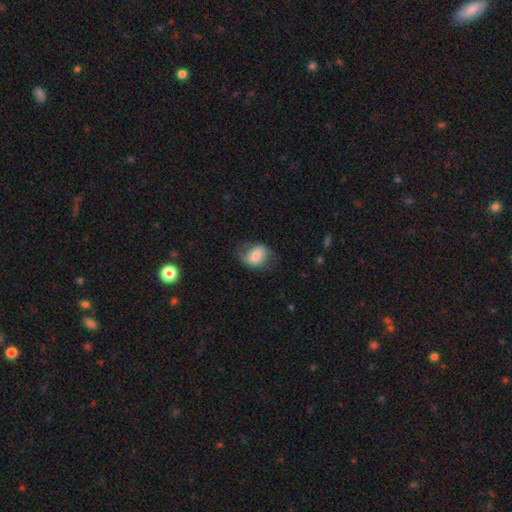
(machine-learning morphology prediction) Q: Smooth or featured?
A: smooth (68%); runner-up: featured or disk (24%)
Q: How rounded?
A: in between (62%); runner-up: round (36%)
Q: Merging?
A: none (59%); runner-up: minor disturbance (27%)